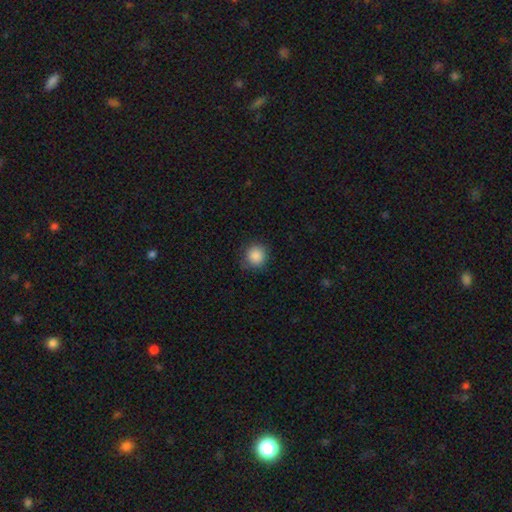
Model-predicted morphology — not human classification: Smooth or featured? smooth (88%)
How rounded? round (93%)
Merging? none (86%)